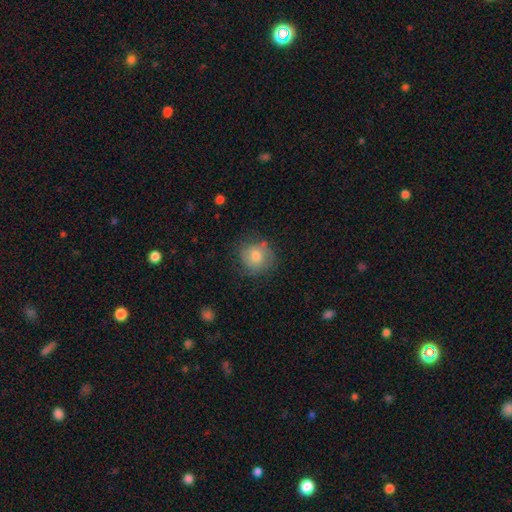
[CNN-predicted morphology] type=smooth (69%); roundness=round (85%); merging=none (69%).